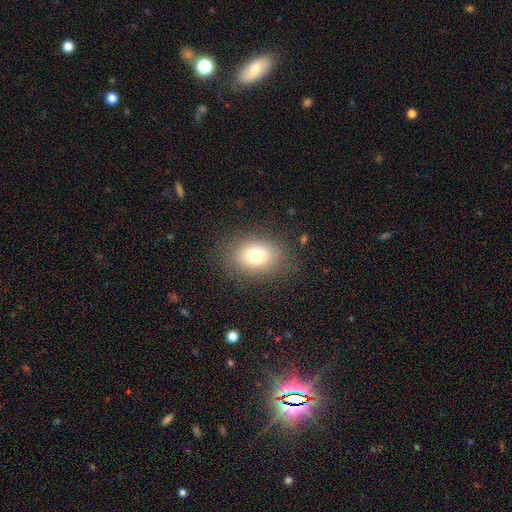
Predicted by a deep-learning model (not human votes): Morphology: type=smooth (76%); roundness=in between (61%); merging=none (82%).